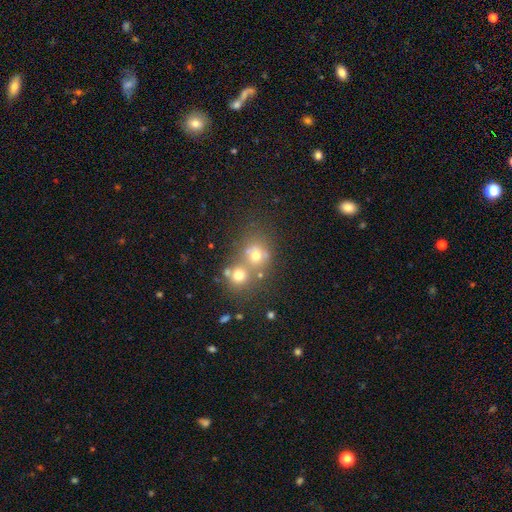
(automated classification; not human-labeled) Morphology: type=smooth (61%); roundness=round (76%); merging=merger (48%).